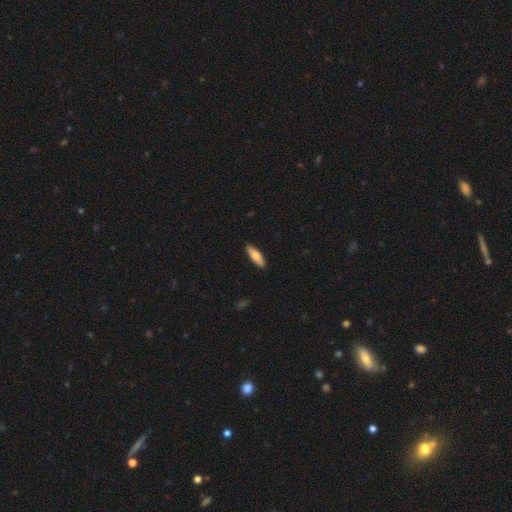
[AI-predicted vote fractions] A smooth galaxy with no disk features (68%) that is cigar-shaped (51%). Merging: none (90%).